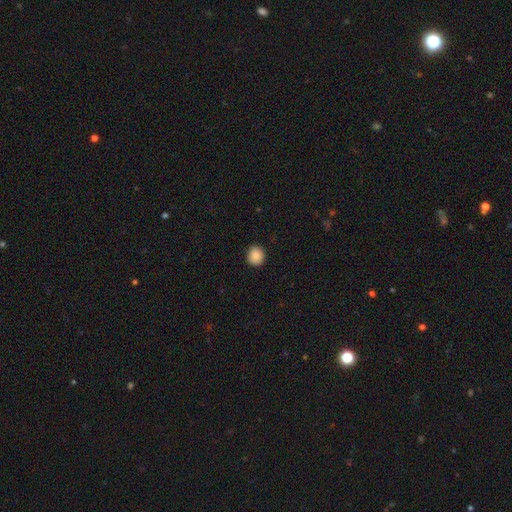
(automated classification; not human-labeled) Smooth or featured: smooth — 87% (star or artifact — 9%)
How rounded: round — 88% (in between — 11%)
Merging: none — 90% (minor disturbance — 7%)